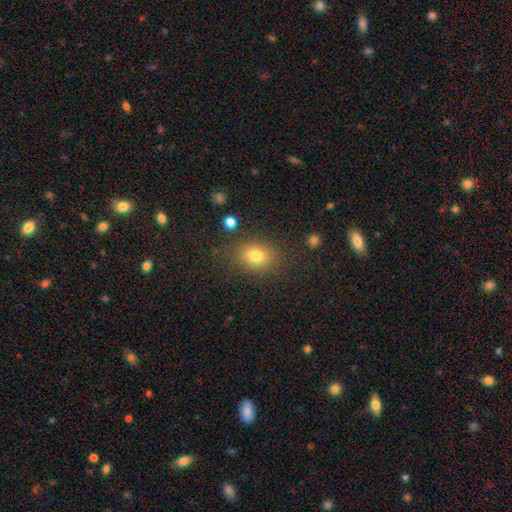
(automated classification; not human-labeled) The model was most divided on "how rounded": in between: 57%, round: 42%, cigar-shaped: 1%. More confident: merging — none (81%); smooth or featured — smooth (78%).